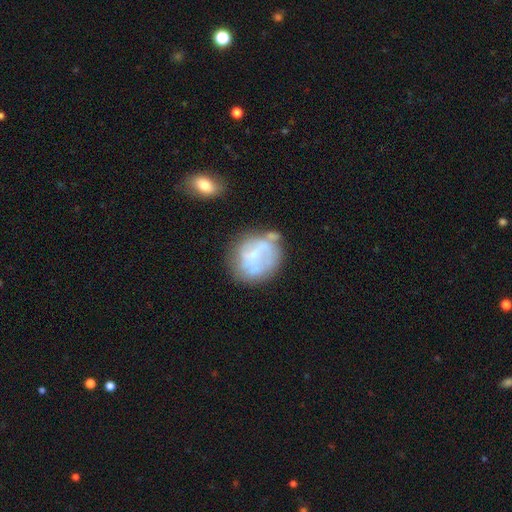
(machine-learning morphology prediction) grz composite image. It shows a featured or disk galaxy (51%) with no bar (68%), no spiral arms (62%) and a small central bulge (61%). Merging: none (45%).